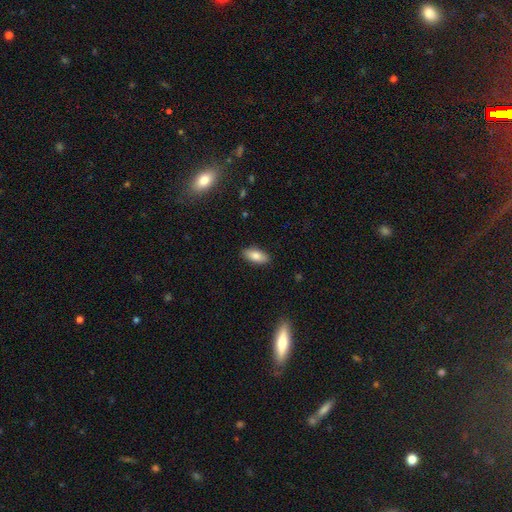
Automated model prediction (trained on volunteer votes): Smooth or featured? Predicted: smooth (p=0.83). How rounded? Predicted: in between (p=0.85). Merging? Predicted: none (p=0.89).